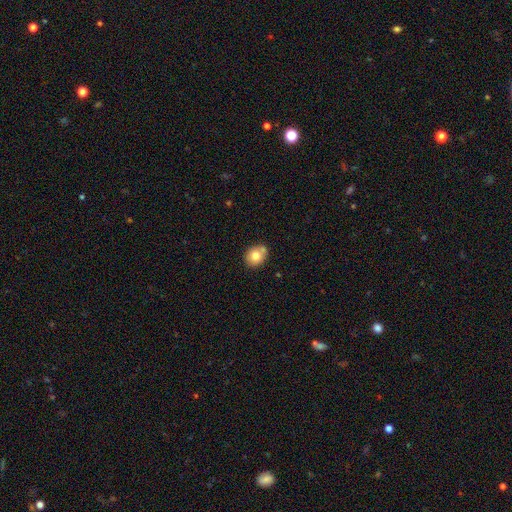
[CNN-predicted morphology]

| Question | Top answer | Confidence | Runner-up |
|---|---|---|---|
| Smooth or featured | smooth | 77% | featured or disk (13%) |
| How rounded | round | 65% | in between (34%) |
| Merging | none | 66% | minor disturbance (16%) |